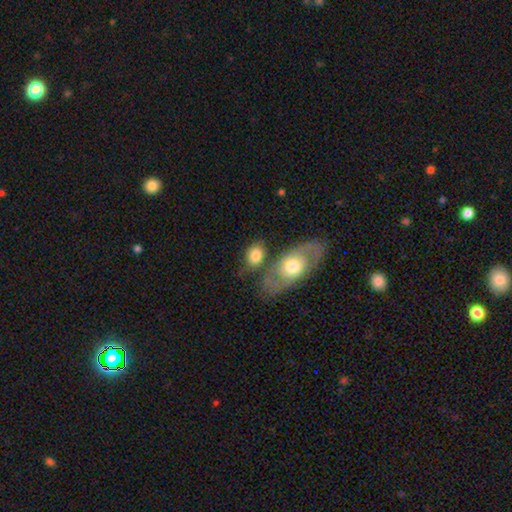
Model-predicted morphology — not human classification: Smooth or featured: smooth — 70% (featured or disk — 24%)
How rounded: in between — 74% (round — 23%)
Merging: none — 53% (merger — 26%)